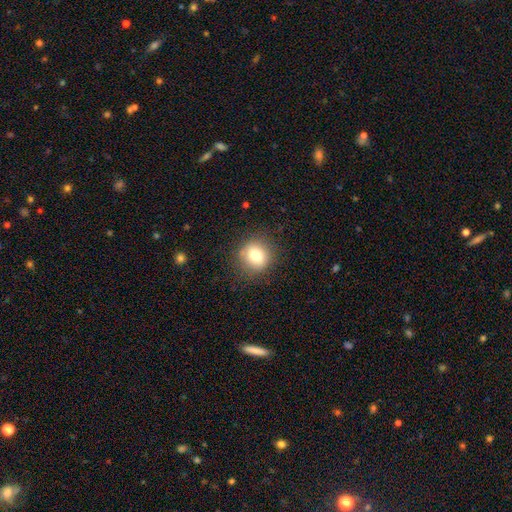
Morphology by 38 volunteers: smooth 82%, star or artifact 11%, featured or disk 8%. Down the decision tree: how rounded — round (97%); merging — none (85%).